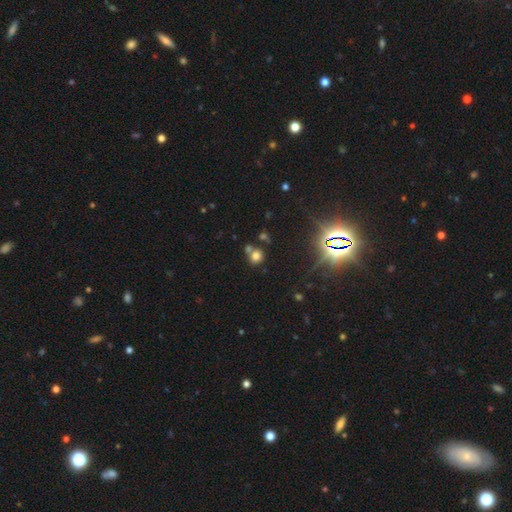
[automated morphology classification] Smooth or featured: smooth — 70% (star or artifact — 21%)
How rounded: round — 80% (in between — 19%)
Merging: none — 60% (merger — 26%)